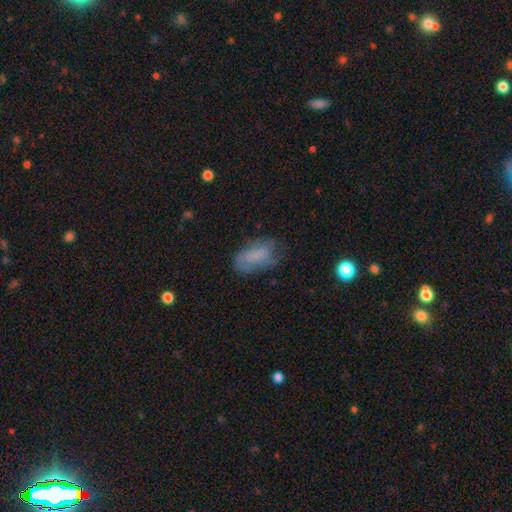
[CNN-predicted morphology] Smooth or featured? Predicted: smooth (p=0.68). How rounded? Predicted: in between (p=0.90). Merging? Predicted: none (p=0.55).